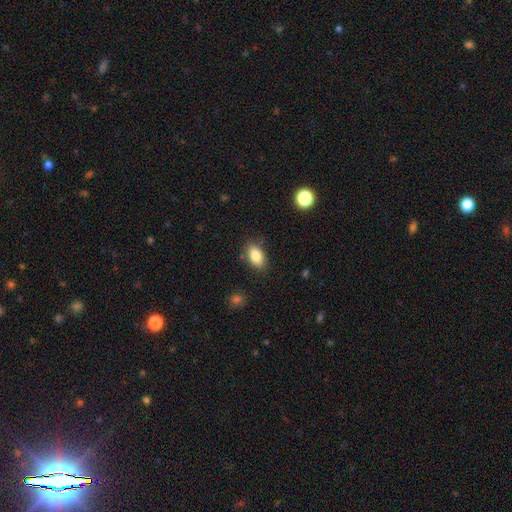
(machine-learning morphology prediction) Smooth or featured: smooth — 85% (star or artifact — 8%)
How rounded: in between — 89% (round — 8%)
Merging: none — 81% (minor disturbance — 13%)